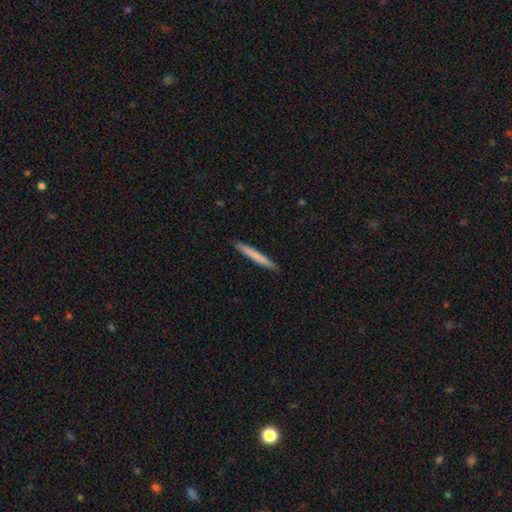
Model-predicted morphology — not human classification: smooth 71%, featured or disk 24%, star or artifact 5%. Down the decision tree: how rounded — cigar-shaped (97%); merging — none (92%).